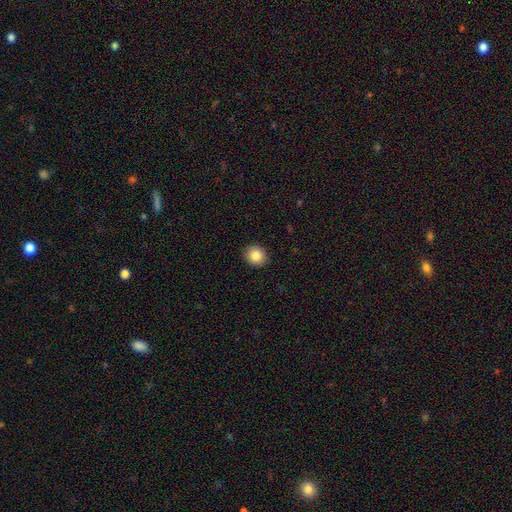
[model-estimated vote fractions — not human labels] Smooth or featured: smooth — 85% (star or artifact — 9%)
How rounded: round — 85% (in between — 14%)
Merging: none — 92% (minor disturbance — 6%)